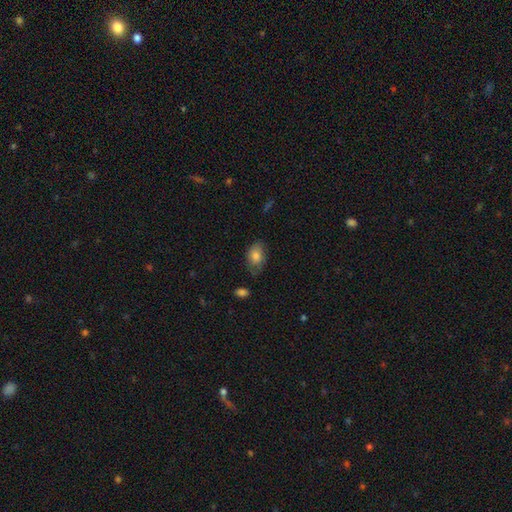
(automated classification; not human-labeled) Smooth or featured: smooth — 79% (featured or disk — 13%)
How rounded: in between — 85% (round — 14%)
Merging: none — 63% (minor disturbance — 28%)